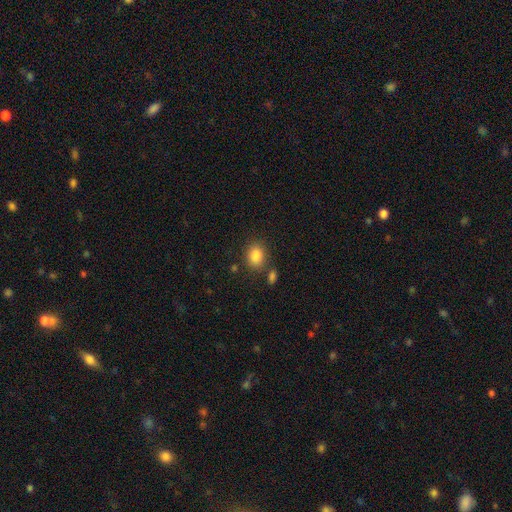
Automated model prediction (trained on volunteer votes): smooth 85%, star or artifact 10%, featured or disk 5%. Down the decision tree: how rounded — in between (56%); merging — none (76%).